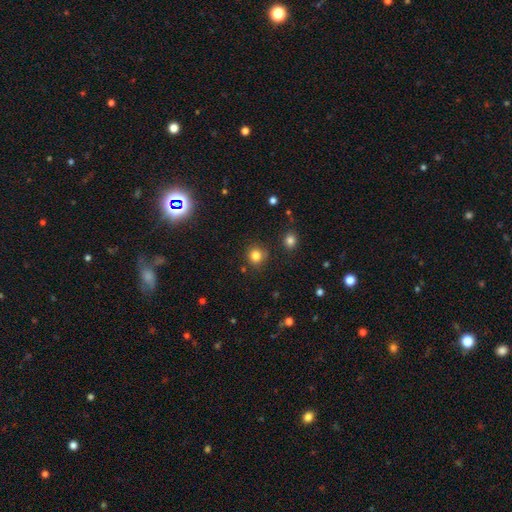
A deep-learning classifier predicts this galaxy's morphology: smooth_or_featured: smooth (p=0.81) [alt: star or artifact p=0.13]
how_rounded: round (p=0.89) [alt: in between p=0.10]
merging: none (p=0.85) [alt: minor disturbance p=0.09]